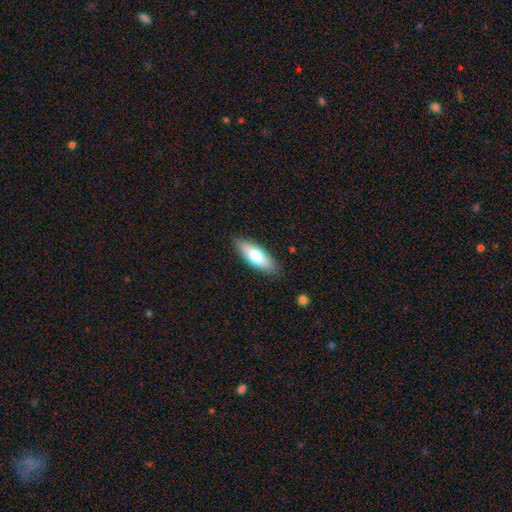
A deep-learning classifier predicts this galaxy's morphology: Smooth or featured?
  - smooth: 72% *
  - featured or disk: 22%
  - star or artifact: 6%
How rounded?
  - in between: 60% *
  - cigar-shaped: 38%
  - round: 2%
Merging?
  - none: 86% *
  - minor disturbance: 11%
  - major disturbance: 2%
  - merger: 1%